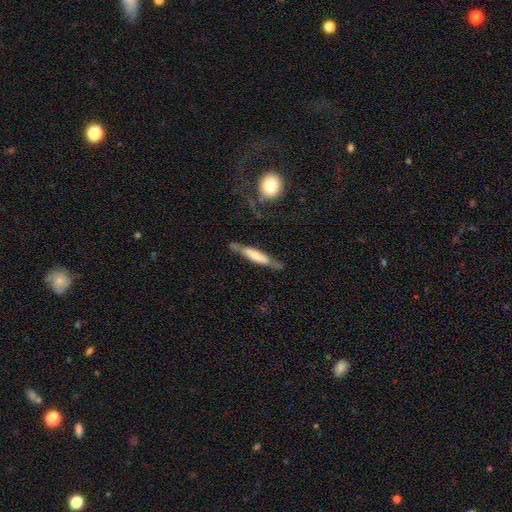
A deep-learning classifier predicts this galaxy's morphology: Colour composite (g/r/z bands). It shows a smooth galaxy with no disk features (49%). Merging: none (62%).